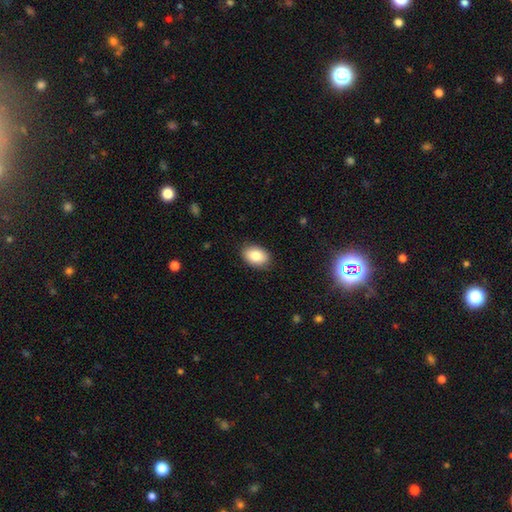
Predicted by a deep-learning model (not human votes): Q: Smooth or featured?
A: smooth (86%); runner-up: featured or disk (7%)
Q: How rounded?
A: in between (88%); runner-up: round (11%)
Q: Merging?
A: none (88%); runner-up: minor disturbance (9%)